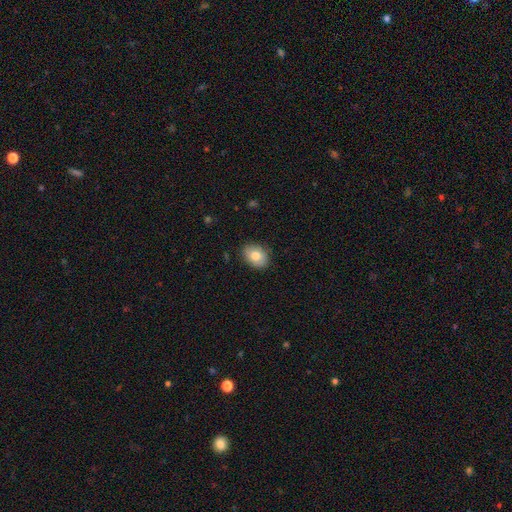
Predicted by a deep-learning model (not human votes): Smooth or featured?
  - smooth: 80% *
  - featured or disk: 13%
  - star or artifact: 7%
How rounded?
  - in between: 71% *
  - round: 28%
  - cigar-shaped: 1%
Merging?
  - none: 84% *
  - minor disturbance: 12%
  - major disturbance: 2%
  - merger: 1%